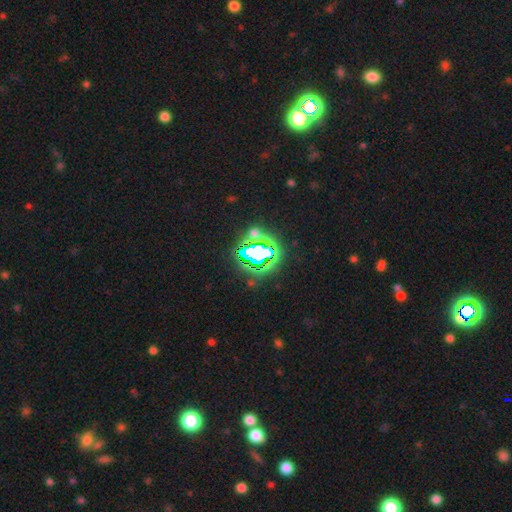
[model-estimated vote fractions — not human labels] star or artifact 72%, smooth 16%, featured or disk 13%.